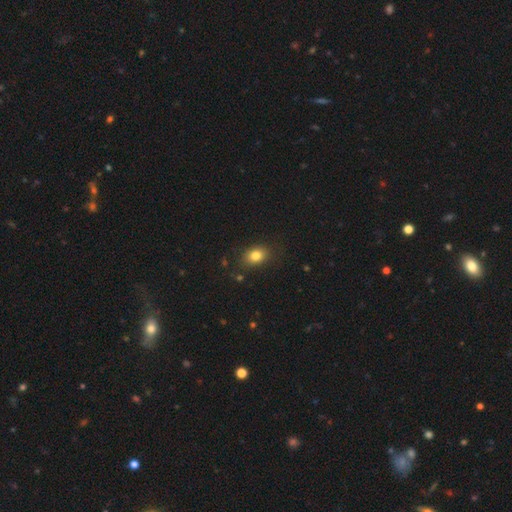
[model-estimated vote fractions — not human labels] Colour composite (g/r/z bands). It shows a smooth galaxy with no disk features (82%) that is in between round and cigar-shaped (71%). Merging: none (83%).